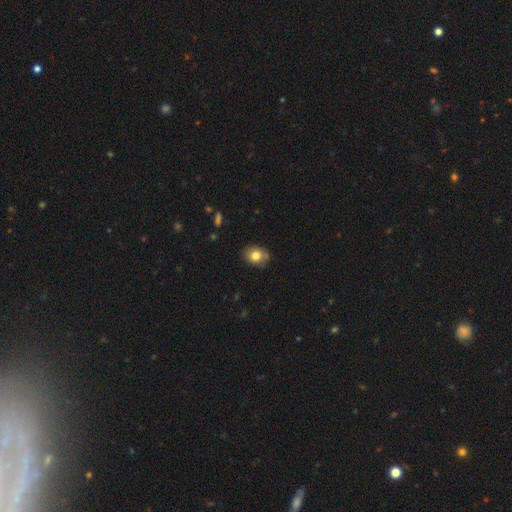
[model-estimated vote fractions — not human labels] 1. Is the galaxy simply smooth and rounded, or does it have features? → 79% smooth, 12% featured or disk, 9% star or artifact.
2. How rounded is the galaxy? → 54% in between, 45% round, 1% cigar-shaped.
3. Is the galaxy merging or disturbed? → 78% none, 18% minor disturbance, 3% major disturbance, 2% merger.